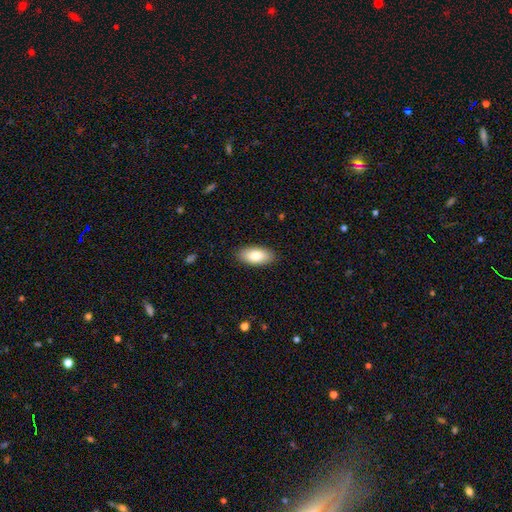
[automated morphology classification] type=smooth (82%); roundness=in between (92%); merging=none (89%).